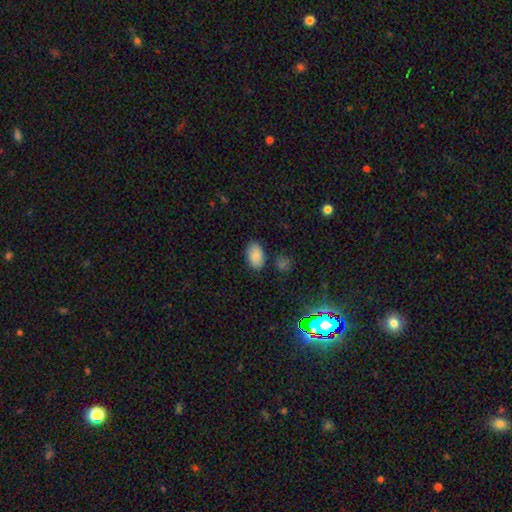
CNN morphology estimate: Smooth or featured? smooth (86%)
How rounded? in between (93%)
Merging? none (82%)